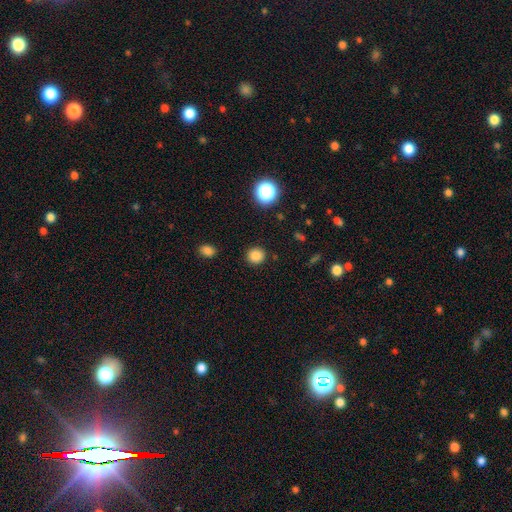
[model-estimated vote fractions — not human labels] smooth 84%, star or artifact 12%, featured or disk 4%. Down the decision tree: how rounded — round (88%); merging — none (90%).